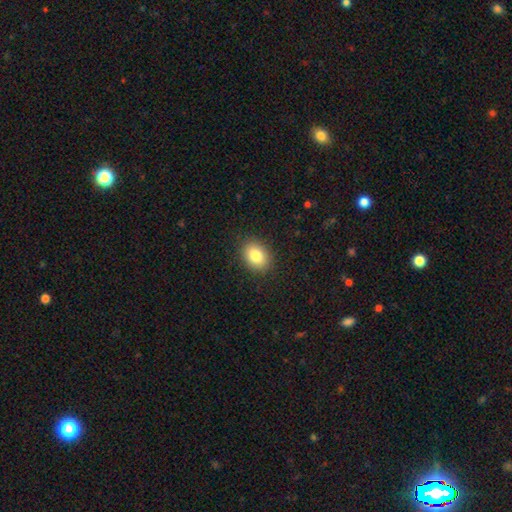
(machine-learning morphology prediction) Smooth or featured: smooth — 84% (star or artifact — 9%)
How rounded: in between — 67% (round — 32%)
Merging: none — 88% (minor disturbance — 8%)